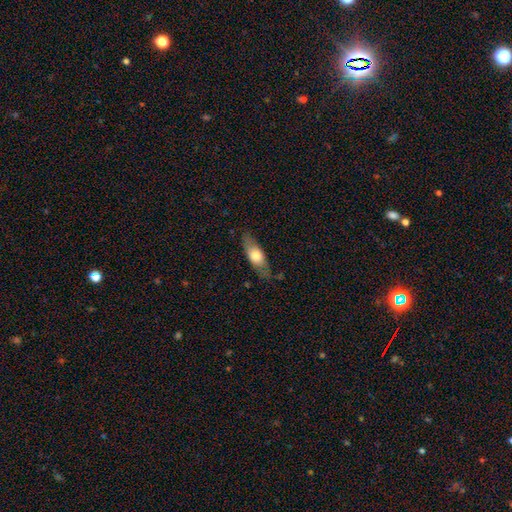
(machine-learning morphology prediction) Smooth or featured: smooth — 62% (featured or disk — 32%)
How rounded: in between — 66% (cigar-shaped — 30%)
Merging: none — 75% (minor disturbance — 18%)